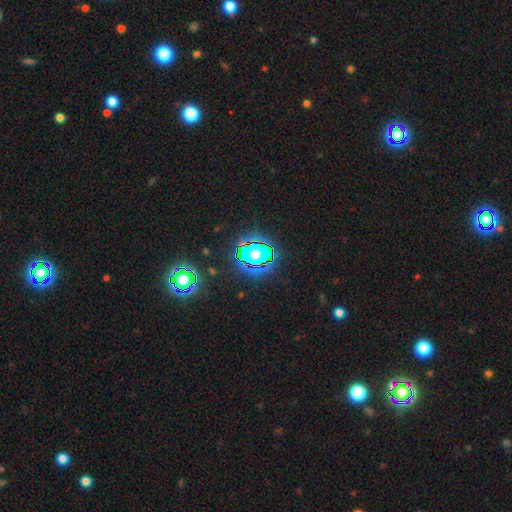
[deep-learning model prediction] This appears to be a star or artifact, not a galaxy (80%).